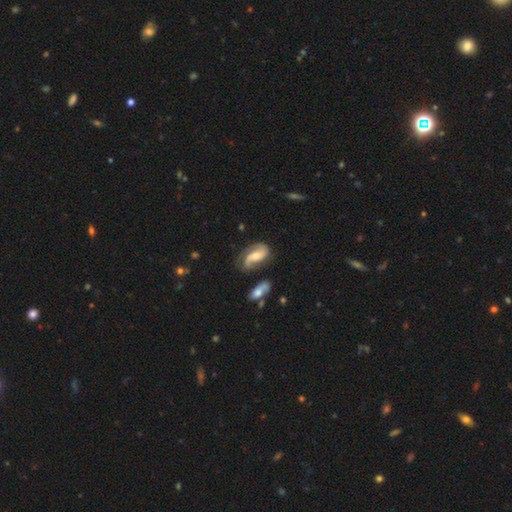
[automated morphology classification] A featured or disk galaxy (79%) with no bar (51%), 2 (83%) medium (43%) spiral arms (95%) and a moderate central bulge (53%).

Vote fractions:
- Smooth or featured? featured or disk: 79% / smooth: 15% / star or artifact: 6%
- Edge-on disk? no: 96% / yes: 4%
- Bar? no: 51% / weak: 36% / strong: 13%
- Spiral arms? yes: 95% / no: 5%
- Spiral winding? medium: 43% / loose: 39% / tight: 18%
- Spiral arm count? 2: 83% / 1: 7% / can't tell: 6% / 3: 2% / 4: 1% / more than 4: 1%
- Bulge size? moderate: 53% / small: 37% / large: 5% / none: 3% / dominant: 1%
- Merging? none: 60% / minor disturbance: 22% / major disturbance: 12% / merger: 7%